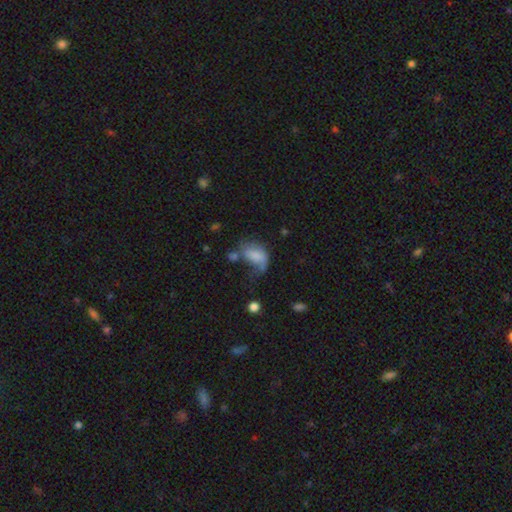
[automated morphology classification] This appears to be a smooth galaxy with no disk features (65%) that is in between round and cigar-shaped (88%). Merging: major disturbance (41%).